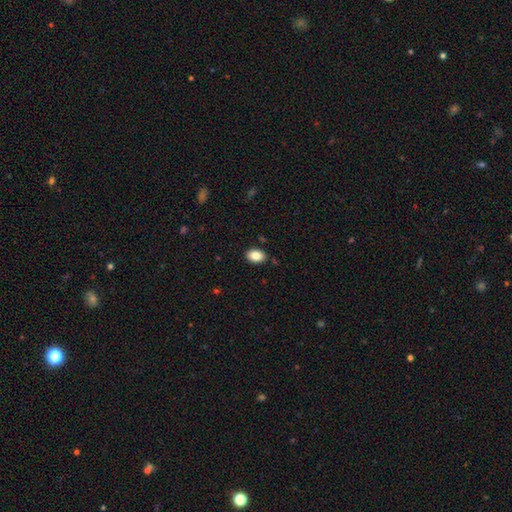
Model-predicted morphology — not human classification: Smooth or featured: smooth — 85% (star or artifact — 8%)
How rounded: in between — 86% (round — 13%)
Merging: none — 87% (minor disturbance — 9%)